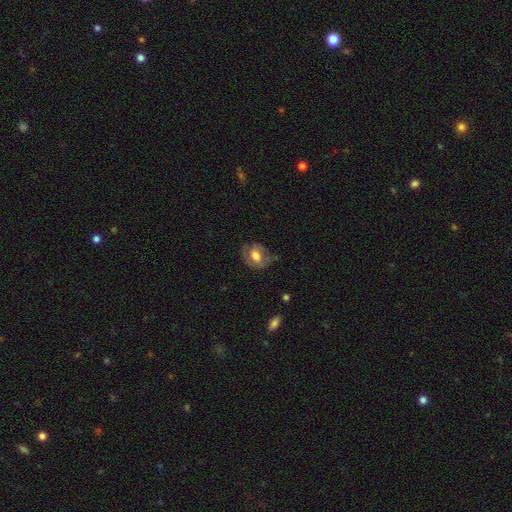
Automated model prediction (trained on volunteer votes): Smooth or featured? smooth (48%)
Merging? none (57%)